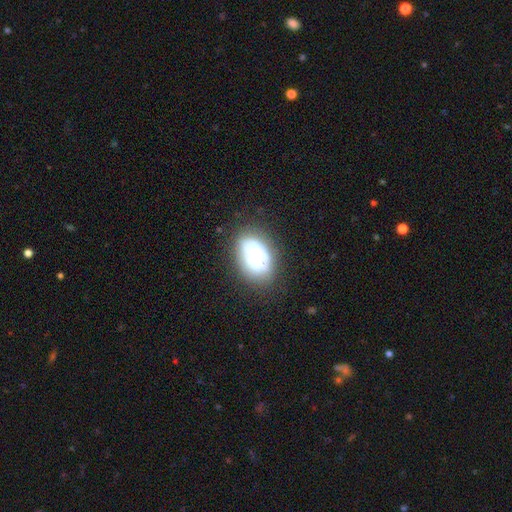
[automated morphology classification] Smooth or featured: featured or disk — 55% (smooth — 38%)
Edge-on disk: no — 93% (yes — 7%)
Bar: no — 89% (weak — 8%)
Spiral arms: no — 86% (yes — 14%)
Bulge size: moderate — 67% (small — 21%)
Merging: none — 72% (minor disturbance — 18%)